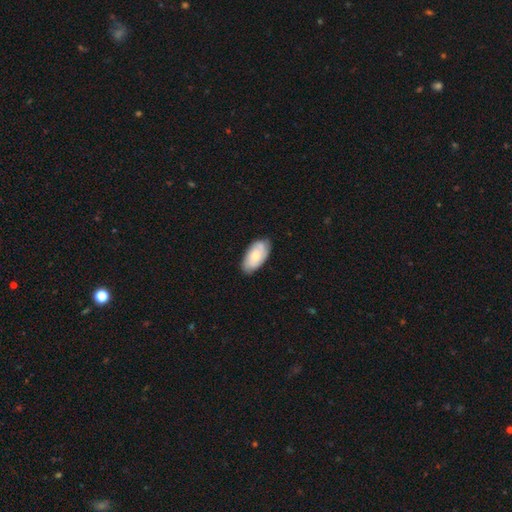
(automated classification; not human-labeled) Morphology: type=smooth (61%); roundness=in between (94%); merging=none (78%).